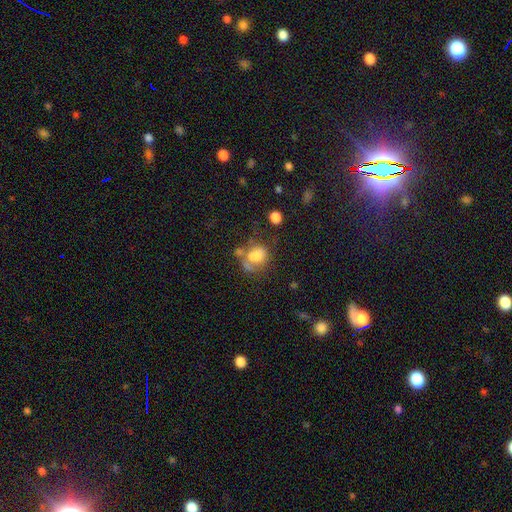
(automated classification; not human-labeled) Smooth or featured?
  - smooth: 64% *
  - featured or disk: 23%
  - star or artifact: 13%
How rounded?
  - round: 49% * (tied)
  - in between: 49% * (tied)
  - cigar-shaped: 1%
Merging?
  - merger: 30% * (tied)
  - none: 30% * (tied)
  - major disturbance: 21%
  - minor disturbance: 19%